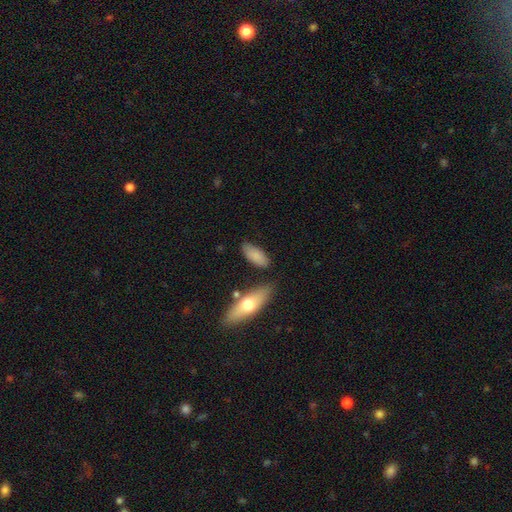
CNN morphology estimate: A smooth galaxy with no disk features (81%) that is in between round and cigar-shaped (81%). Merging: none (73%).